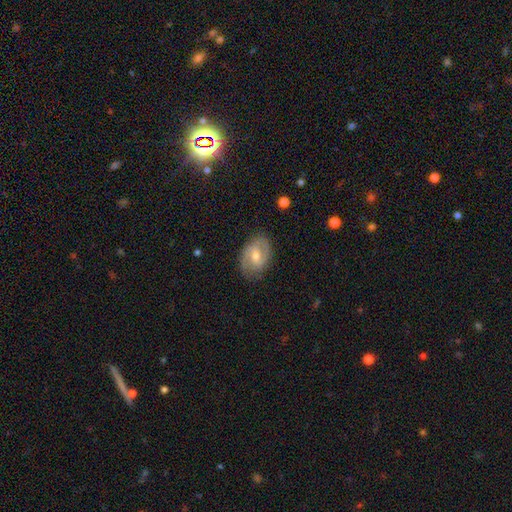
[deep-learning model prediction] A featured or disk galaxy (71%) with a weak bar (53%), 2 (83%) medium (47%) spiral arms (86%) and a moderate central bulge (58%). Merging: none (80%).